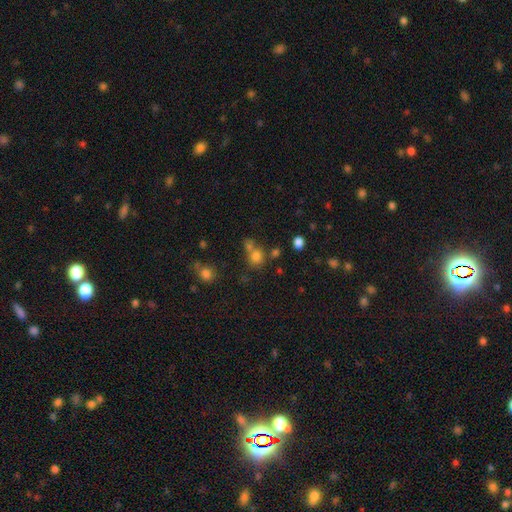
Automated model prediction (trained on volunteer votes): Smooth or featured: smooth — 74% (star or artifact — 18%)
How rounded: round — 80% (in between — 19%)
Merging: none — 54% (merger — 31%)